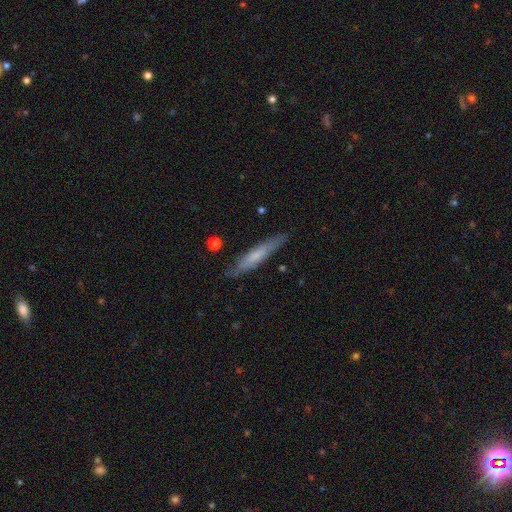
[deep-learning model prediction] This appears to be a smooth galaxy with no disk features (57%) that is cigar-shaped (91%). Merging: none (83%).